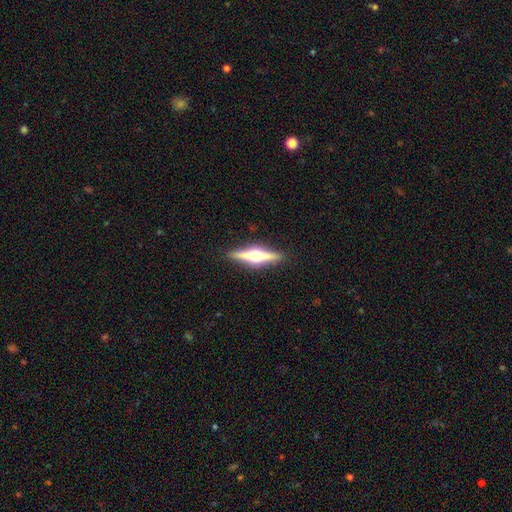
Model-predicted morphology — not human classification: This appears to be a featured or disk galaxy (77%) viewed edge-on (98%) with a rounded central bulge (95%). Merging: none (91%).